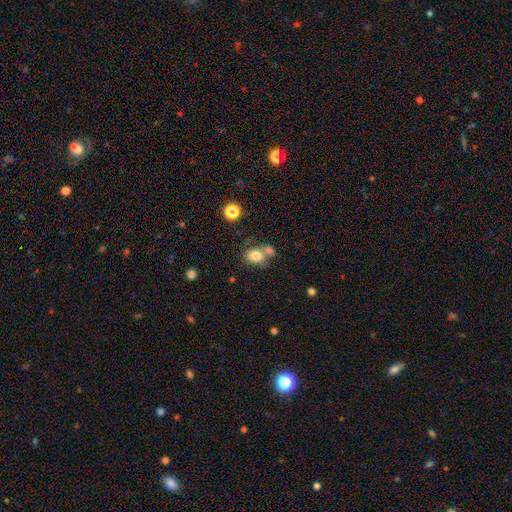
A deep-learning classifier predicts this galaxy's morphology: Q: Smooth or featured?
A: smooth (79%); runner-up: featured or disk (11%)
Q: How rounded?
A: in between (54%); runner-up: round (45%)
Q: Merging?
A: none (43%); runner-up: merger (39%)